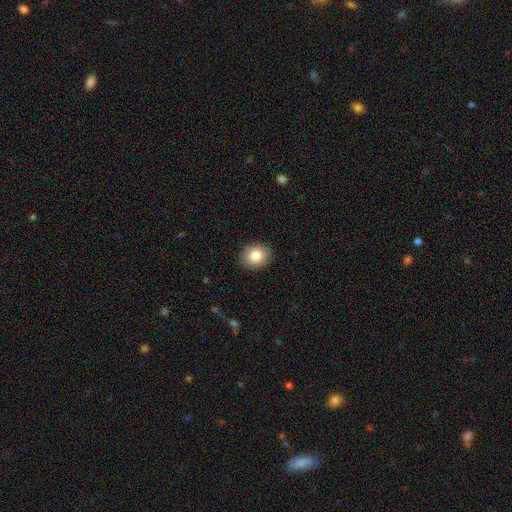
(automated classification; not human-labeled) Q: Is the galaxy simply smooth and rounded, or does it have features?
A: smooth — 83%.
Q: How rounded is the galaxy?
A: round — 62%.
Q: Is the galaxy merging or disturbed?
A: none — 89%.